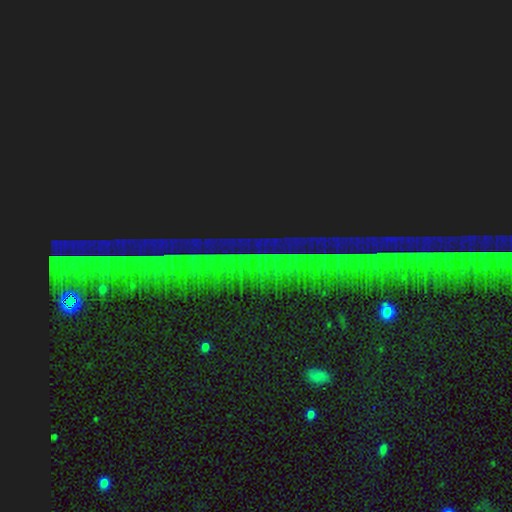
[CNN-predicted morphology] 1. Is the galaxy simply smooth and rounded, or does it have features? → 86% star or artifact, 8% featured or disk, 6% smooth.